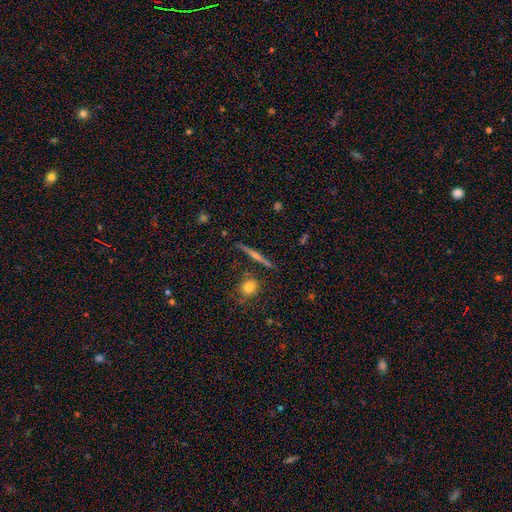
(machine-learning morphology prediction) This is likely a featured or disk galaxy (67%). It is clearly viewed edge-on (97%). Edge-on bulge: likely rounded (72%). Merging: clearly none (87%).